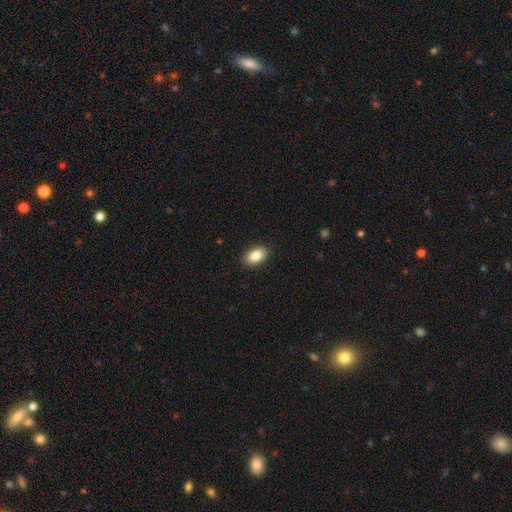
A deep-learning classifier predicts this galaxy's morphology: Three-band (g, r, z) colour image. It shows a smooth galaxy with no disk features (86%) that is in between round and cigar-shaped (90%). Merging: none (89%).